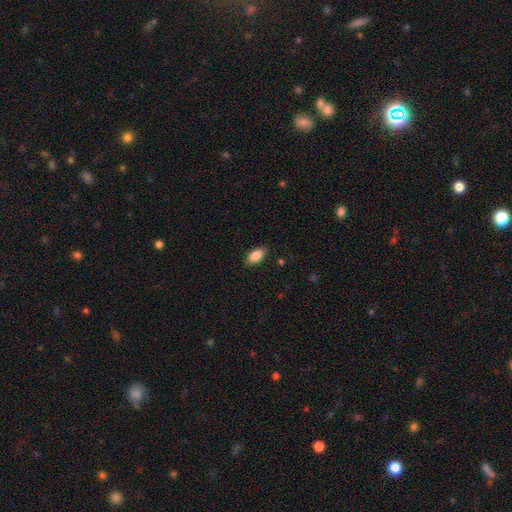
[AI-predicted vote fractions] This is clearly a smooth galaxy (88%). How rounded: clearly in between (93%). Merging: clearly none (86%).